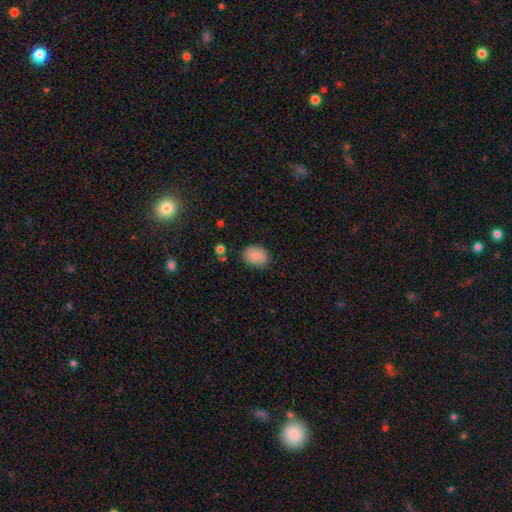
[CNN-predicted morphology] type=smooth (84%); roundness=in between (72%); merging=none (85%).